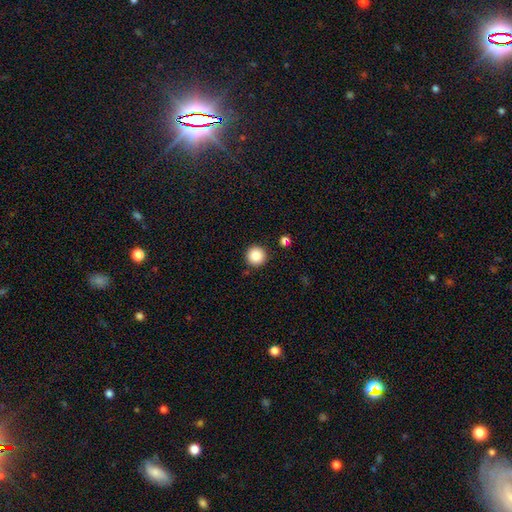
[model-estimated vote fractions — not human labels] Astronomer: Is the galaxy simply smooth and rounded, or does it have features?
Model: smooth — 87%.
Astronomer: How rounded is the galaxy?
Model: round — 96%.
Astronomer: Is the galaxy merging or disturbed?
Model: none — 90%.